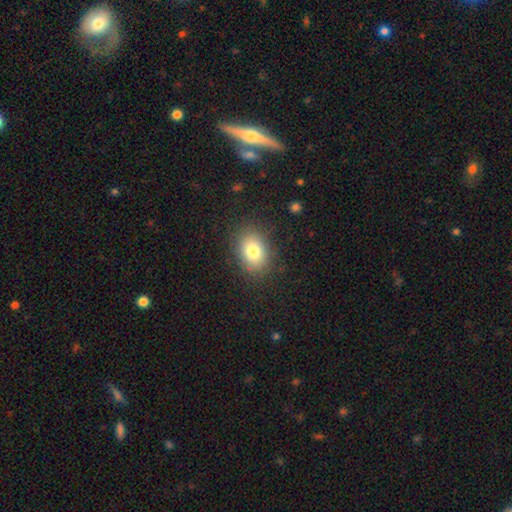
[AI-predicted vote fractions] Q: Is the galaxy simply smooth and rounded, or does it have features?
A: smooth — 79%.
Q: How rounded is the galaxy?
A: in between — 71%.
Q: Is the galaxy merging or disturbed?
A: none — 87%.